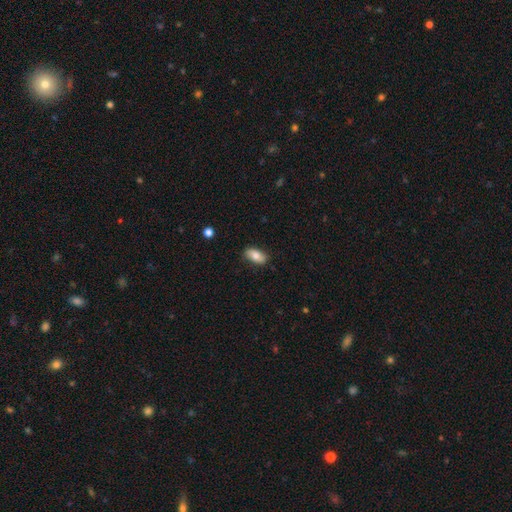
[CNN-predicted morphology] smooth-or-featured: smooth: 72% | featured or disk: 21% | star or artifact: 7%
  how-rounded: in between: 90% | cigar-shaped: 6% | round: 4%
  merging: none: 81% | minor disturbance: 15% | major disturbance: 3% | merger: 1%